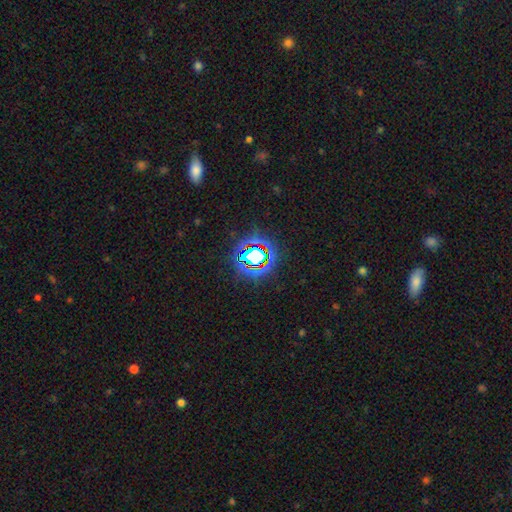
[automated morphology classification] A star or artifact, not a galaxy (77%).